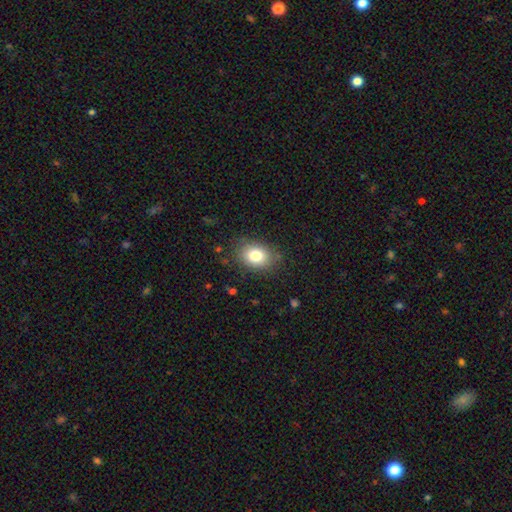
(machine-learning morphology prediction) smooth_or_featured: smooth (p=0.81) [alt: featured or disk p=0.10]
how_rounded: in between (p=0.66) [alt: round p=0.33]
merging: none (p=0.83) [alt: minor disturbance p=0.12]